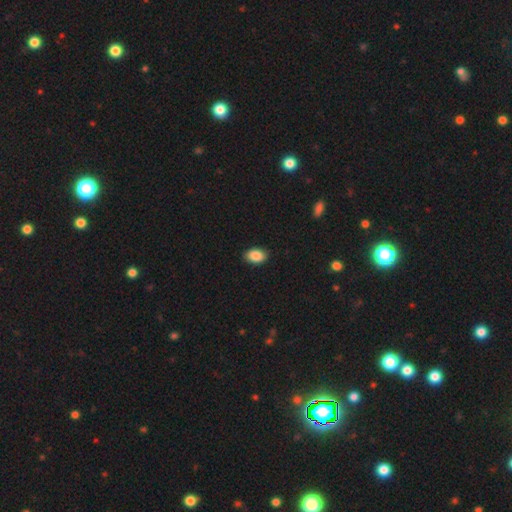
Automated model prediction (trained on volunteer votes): This is clearly a smooth galaxy (88%). How rounded: clearly in between (88%). Merging: clearly none (89%).